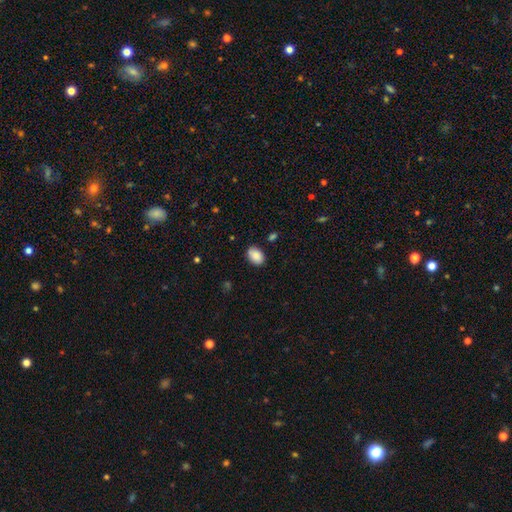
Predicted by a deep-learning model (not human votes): smooth_or_featured: smooth (p=0.87) [alt: star or artifact p=0.07]
how_rounded: in between (p=0.84) [alt: round p=0.15]
merging: none (p=0.85) [alt: minor disturbance p=0.11]